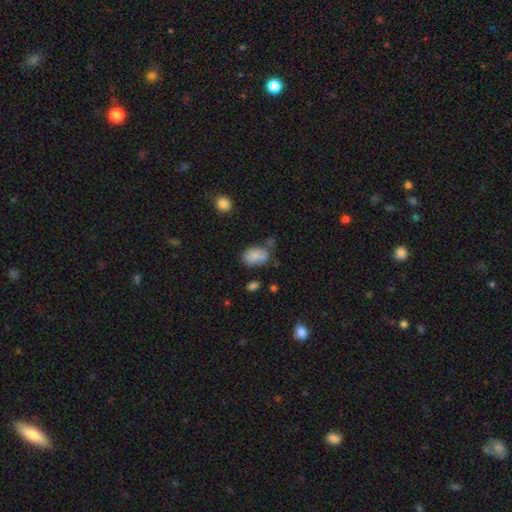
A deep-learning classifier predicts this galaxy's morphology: A smooth galaxy with no disk features (80%) that is in between round and cigar-shaped (88%).

Vote fractions:
- Smooth or featured? smooth: 80% / featured or disk: 11% / star or artifact: 9%
- How rounded? in between: 88% / round: 11% / cigar-shaped: 1%
- Merging? none: 48% / minor disturbance: 24% / merger: 18% / major disturbance: 9%